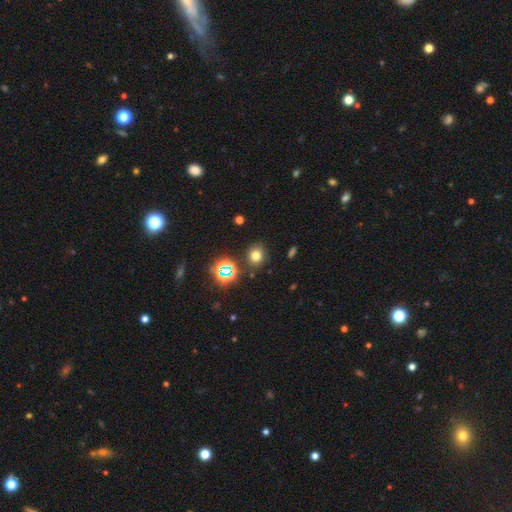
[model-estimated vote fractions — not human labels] smooth 69%, star or artifact 23%, featured or disk 8%. Down the decision tree: how rounded — round (66%); merging — none (83%).